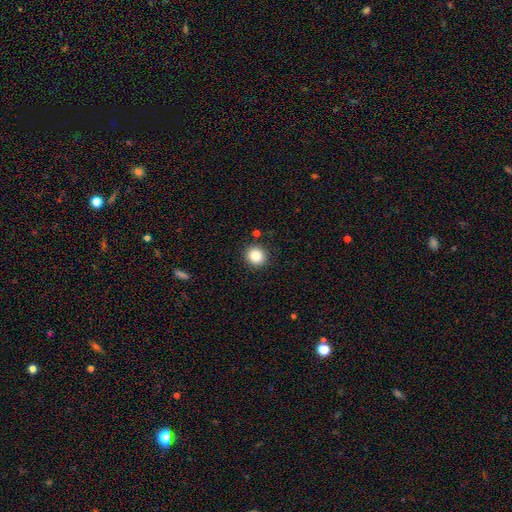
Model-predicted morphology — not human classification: smooth-or-featured: smooth: 86% | star or artifact: 10% | featured or disk: 4%
  how-rounded: round: 89% | in between: 10% | cigar-shaped: 1%
  merging: none: 90% | minor disturbance: 6% | major disturbance: 2% | merger: 2%